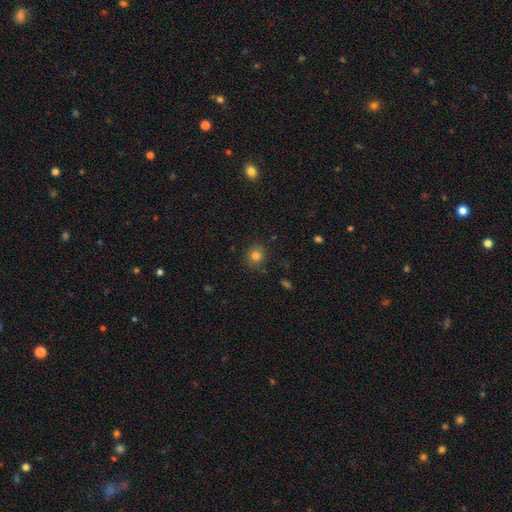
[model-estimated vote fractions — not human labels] Smooth or featured? smooth (81%)
How rounded? round (79%)
Merging? none (81%)